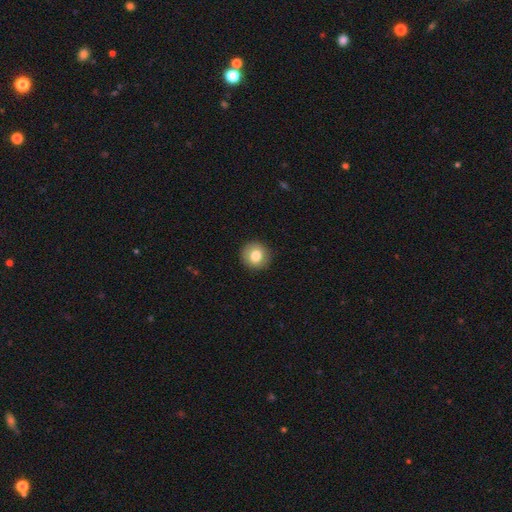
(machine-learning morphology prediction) This is clearly a smooth galaxy (80%). How rounded: clearly round (92%). Merging: clearly none (91%).